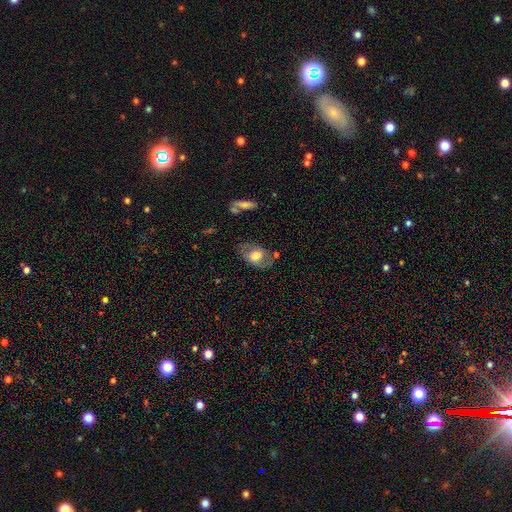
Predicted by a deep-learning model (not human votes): This appears to be a smooth galaxy with no disk features (56%) that is in between round and cigar-shaped (84%). Merging: none (65%).